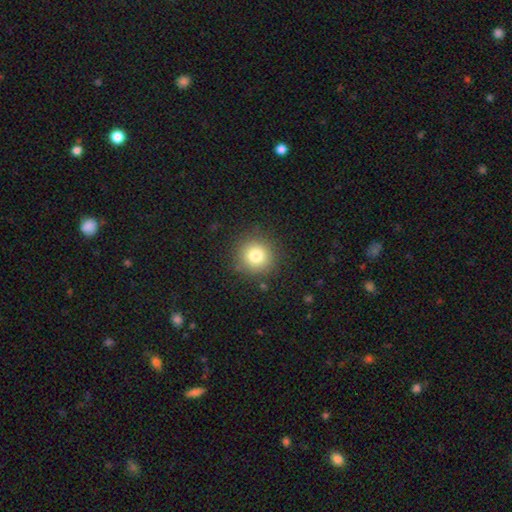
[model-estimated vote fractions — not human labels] Overall: smooth (80%). How rounded: round (93%). Merging: none (87%).